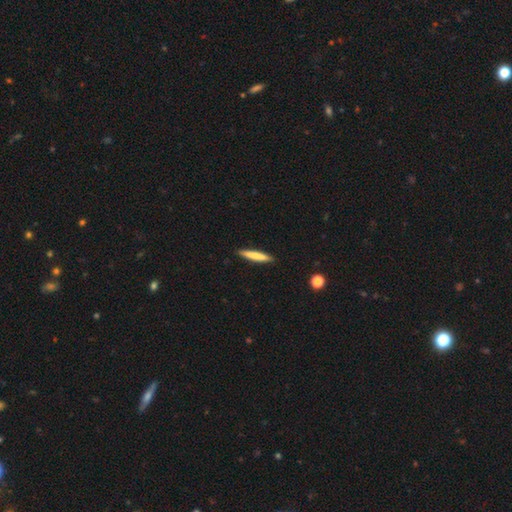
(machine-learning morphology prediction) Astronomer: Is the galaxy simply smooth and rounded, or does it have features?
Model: smooth — 76%.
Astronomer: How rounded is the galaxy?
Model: cigar-shaped — 93%.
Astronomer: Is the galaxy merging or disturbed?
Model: none — 89%.